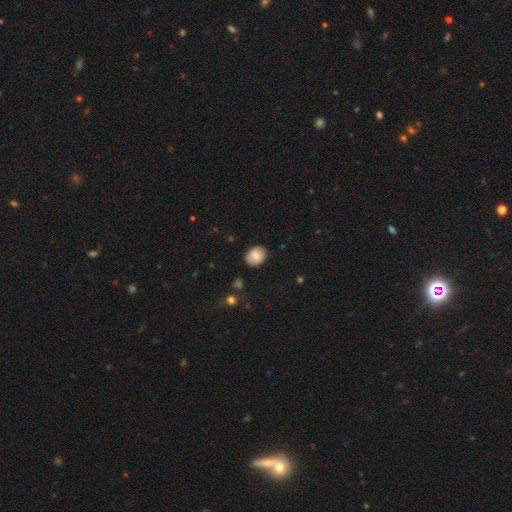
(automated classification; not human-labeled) Smooth or featured? Predicted: smooth (p=0.73). How rounded? Predicted: in between (p=0.58). Merging? Predicted: none (p=0.81).